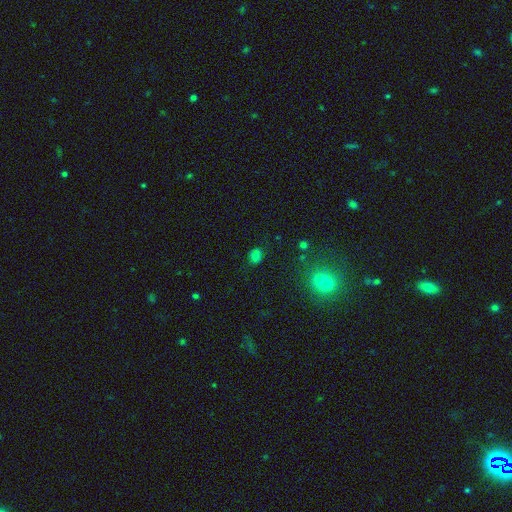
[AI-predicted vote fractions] Overall: smooth (73%). How rounded: in between (50%; round 49%). Merging: none (79%).